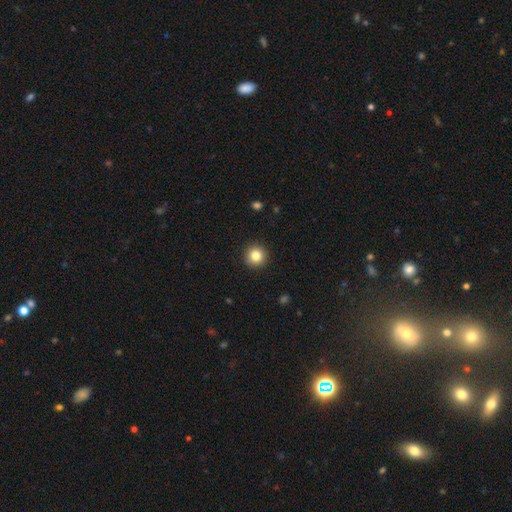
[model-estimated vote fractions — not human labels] A smooth galaxy with no disk features (83%) that is round (95%). Merging: none (92%).